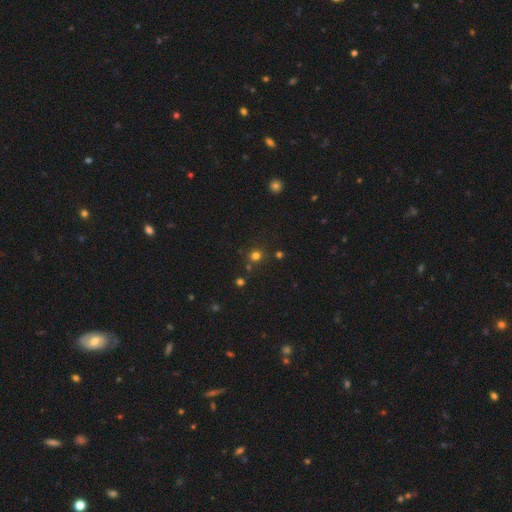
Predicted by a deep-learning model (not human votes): Overall: smooth (70%). How rounded: round (91%). Merging: none (81%).